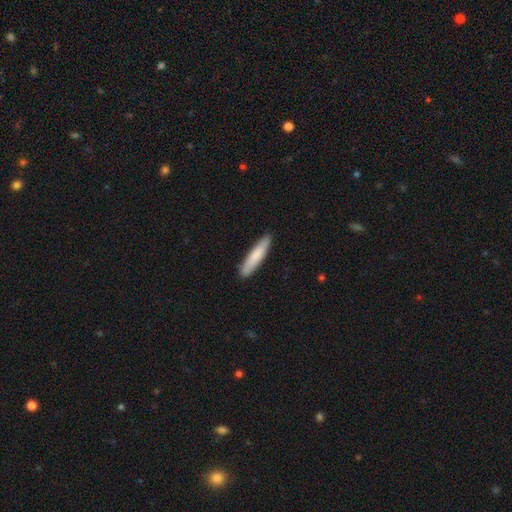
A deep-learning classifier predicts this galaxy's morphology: Smooth or featured? smooth (80%)
How rounded? cigar-shaped (87%)
Merging? none (90%)